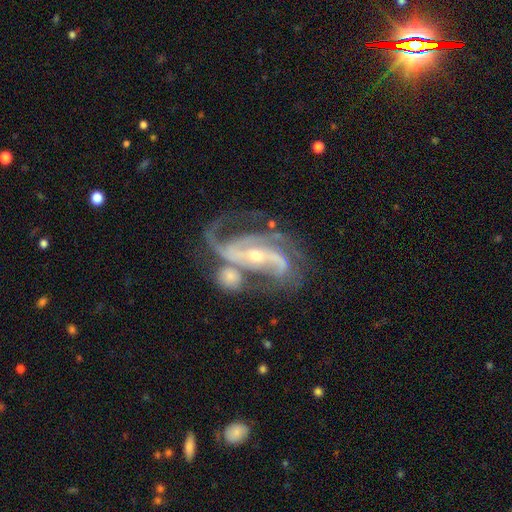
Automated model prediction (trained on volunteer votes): Overall: featured or disk (91%). Edge-on disk: no (97%). Bar: strong (46%; weak 31%). Spiral arms: yes (98%). Spiral arm count: 2 (53%; 3 27%). Spiral winding: medium (52%; tight 24%). Bulge size: small (60%; moderate 36%). Merging: none (33%, tied with merger).